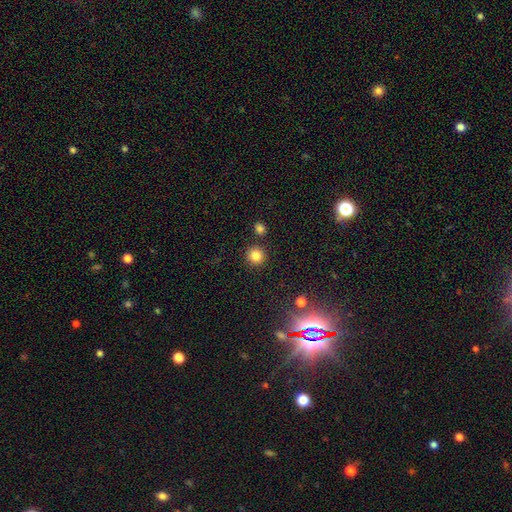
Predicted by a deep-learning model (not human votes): Smooth or featured? Predicted: smooth (p=0.82). How rounded? Predicted: round (p=0.94). Merging? Predicted: none (p=0.87).